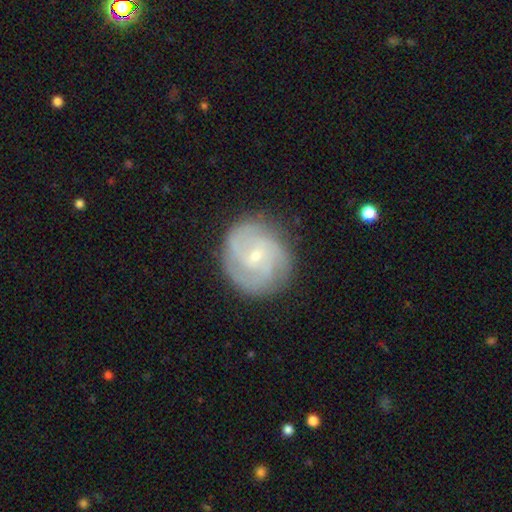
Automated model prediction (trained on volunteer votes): This appears to be a featured or disk galaxy (78%) with no bar (50%), 3 (31%) tight (51%) spiral arms (93%) and a small central bulge (76%). Merging: none (80%).